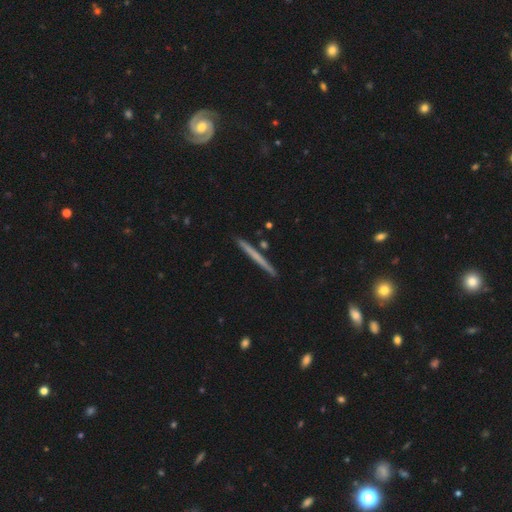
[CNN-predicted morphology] This is possibly a smooth galaxy (51%). How rounded: clearly cigar-shaped (97%). Merging: clearly none (91%).